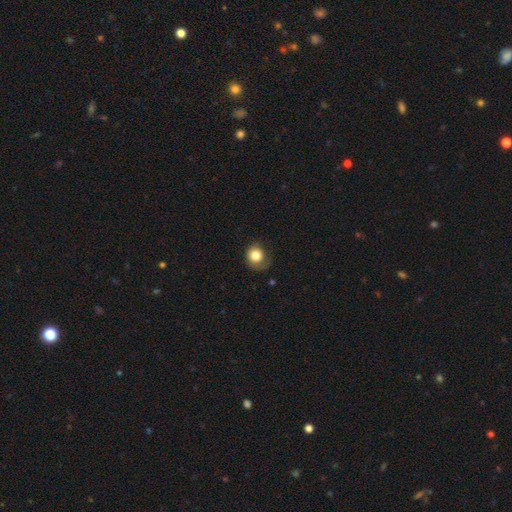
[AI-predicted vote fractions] Smooth or featured?
  - smooth: 79% *
  - featured or disk: 13%
  - star or artifact: 9%
How rounded?
  - round: 79% *
  - in between: 20%
  - cigar-shaped: 1%
Merging?
  - none: 56% *
  - minor disturbance: 27%
  - major disturbance: 16%
  - merger: 2%